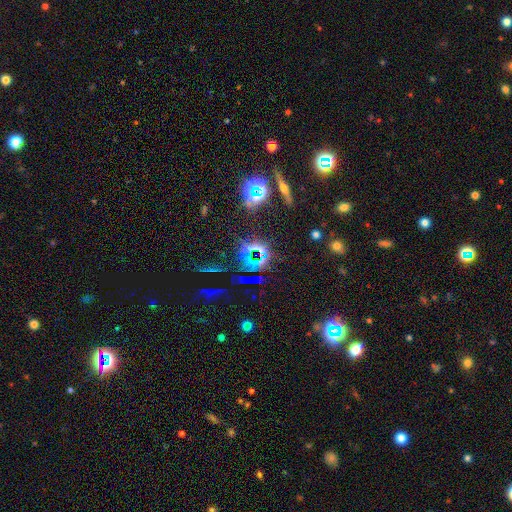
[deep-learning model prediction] A star or artifact, not a galaxy (80%).